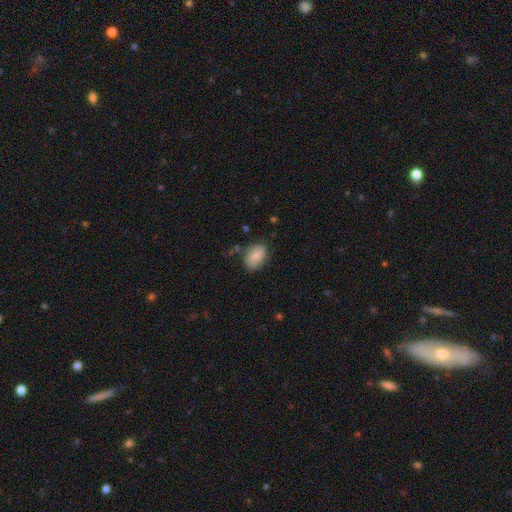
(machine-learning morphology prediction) Smooth or featured? Predicted: smooth (p=0.78). How rounded? Predicted: in between (p=0.82). Merging? Predicted: none (p=0.73).